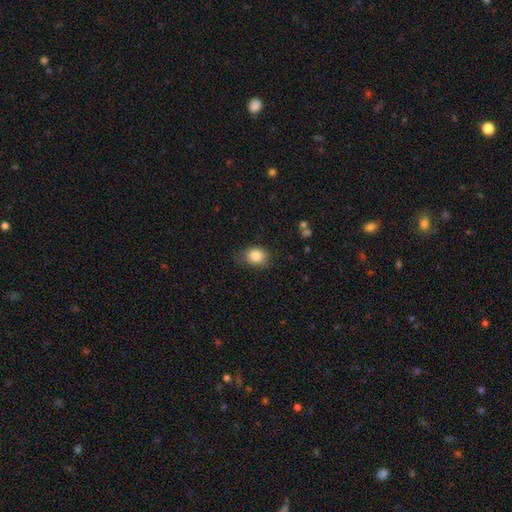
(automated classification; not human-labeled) Smooth or featured?
  - smooth: 84% *
  - star or artifact: 9%
  - featured or disk: 6%
How rounded?
  - in between: 52% *
  - round: 47%
  - cigar-shaped: 1%
Merging?
  - none: 73% *
  - minor disturbance: 21%
  - major disturbance: 4%
  - merger: 1%